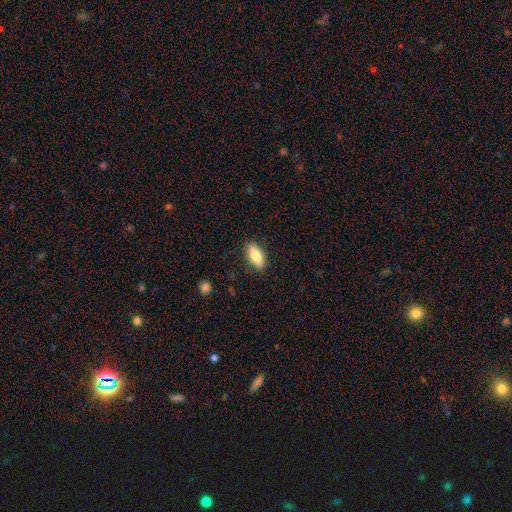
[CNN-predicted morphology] A smooth galaxy with no disk features (79%) that is in between round and cigar-shaped (74%).

Vote fractions:
- Smooth or featured? smooth: 79% / featured or disk: 15% / star or artifact: 6%
- How rounded? in between: 74% / cigar-shaped: 23% / round: 2%
- Merging? none: 88% / minor disturbance: 8% / major disturbance: 2% / merger: 1%